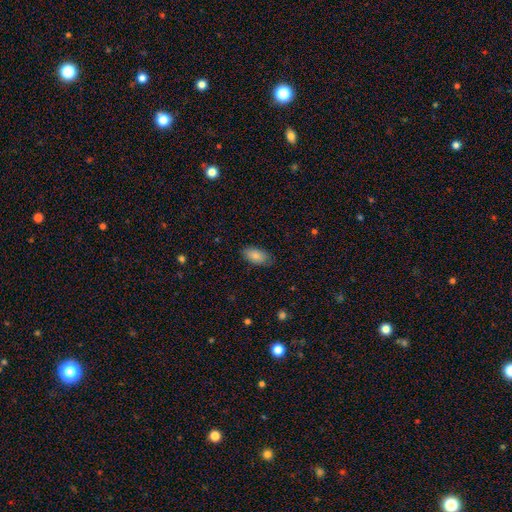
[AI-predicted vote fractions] This appears to be a smooth galaxy with no disk features (84%) that is in between round and cigar-shaped (94%). Merging: none (79%).